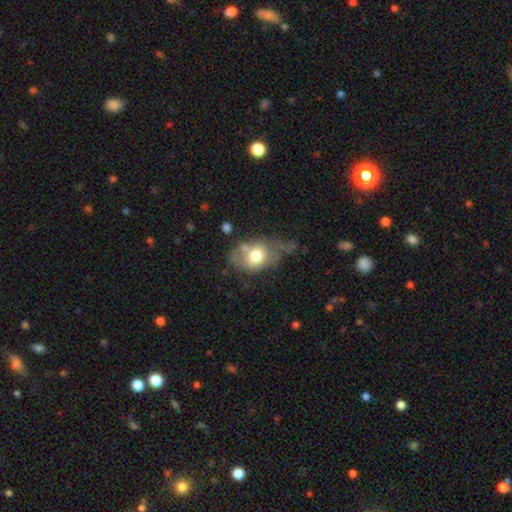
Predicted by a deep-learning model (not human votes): A smooth galaxy with no disk features (67%) that is in between round and cigar-shaped (69%). Merging: none (32%).